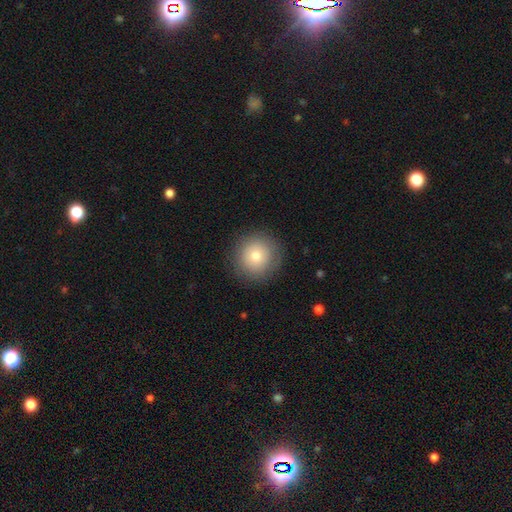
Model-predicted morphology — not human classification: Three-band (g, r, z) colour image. It shows a smooth galaxy with no disk features (75%) that is round (95%). Merging: none (88%).